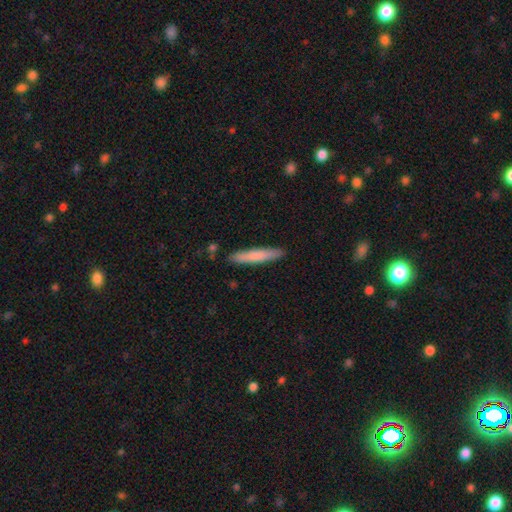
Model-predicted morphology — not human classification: Overall: smooth (75%). How rounded: cigar-shaped (94%). Merging: none (88%).